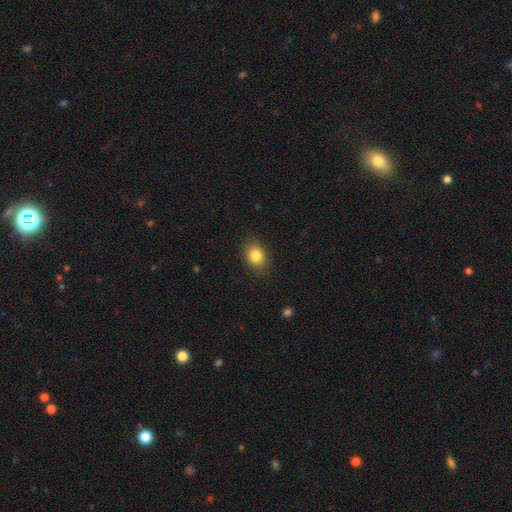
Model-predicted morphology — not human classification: Overall: smooth (84%). How rounded: in between (64%; round 35%). Merging: none (86%).